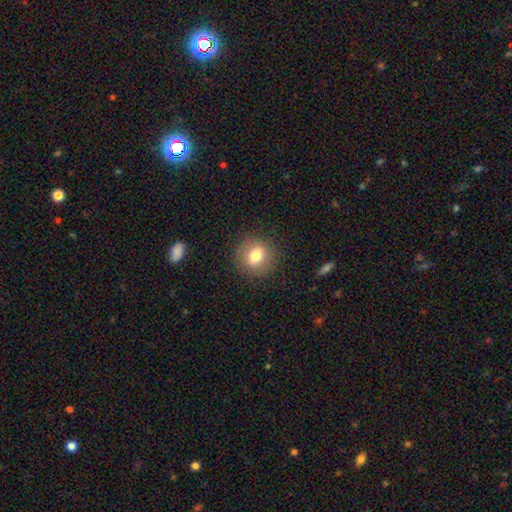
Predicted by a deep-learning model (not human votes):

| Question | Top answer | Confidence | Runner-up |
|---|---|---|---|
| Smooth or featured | smooth | 76% | featured or disk (14%) |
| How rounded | round | 79% | in between (20%) |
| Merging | none | 87% | minor disturbance (9%) |